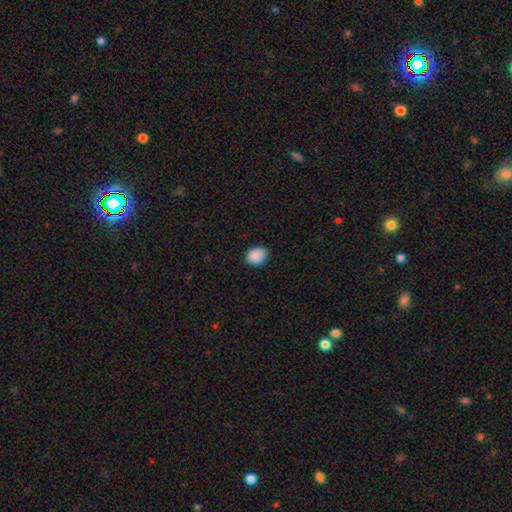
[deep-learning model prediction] A smooth galaxy with no disk features (89%) that is round (52%).

Vote fractions:
- Smooth or featured? smooth: 89% / star or artifact: 8% / featured or disk: 3%
- How rounded? round: 52% / in between: 47% / cigar-shaped: 1%
- Merging? none: 84% / minor disturbance: 13% / major disturbance: 2% / merger: 1%